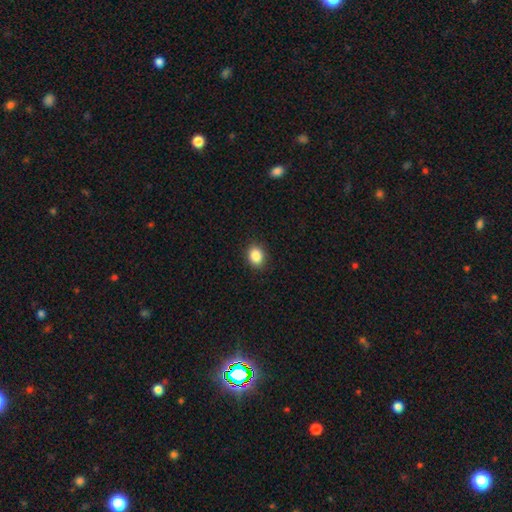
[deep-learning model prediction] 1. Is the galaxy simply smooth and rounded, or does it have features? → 87% smooth, 9% star or artifact, 4% featured or disk.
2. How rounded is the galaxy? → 60% in between, 39% round, 1% cigar-shaped.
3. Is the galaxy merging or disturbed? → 89% none, 8% minor disturbance, 2% major disturbance, 1% merger.